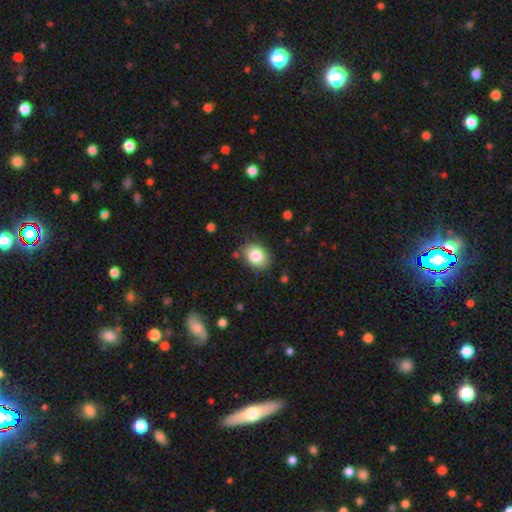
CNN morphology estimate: type=smooth (84%); roundness=in between (64%); merging=none (82%).